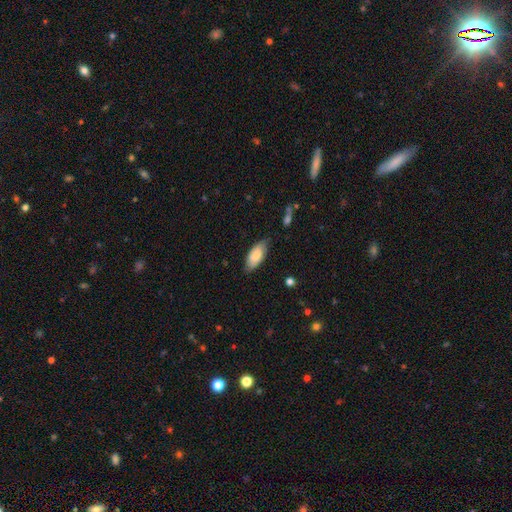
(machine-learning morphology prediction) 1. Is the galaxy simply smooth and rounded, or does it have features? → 73% smooth, 21% featured or disk, 6% star or artifact.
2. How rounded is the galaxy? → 87% in between, 11% cigar-shaped, 2% round.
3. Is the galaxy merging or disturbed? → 72% none, 22% minor disturbance, 4% major disturbance, 2% merger.